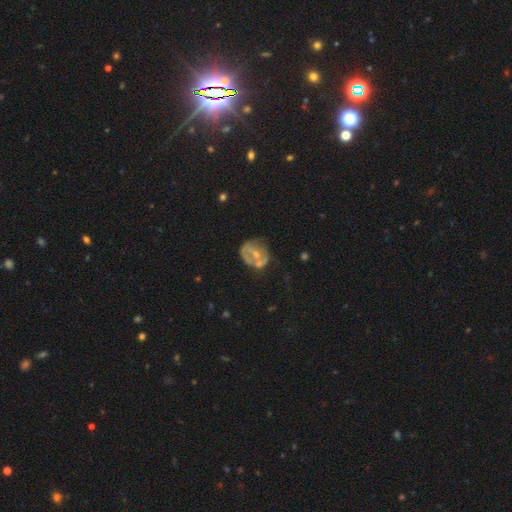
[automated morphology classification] Smooth or featured? featured or disk (55%)
Edge-on disk? no (96%)
Bar? no (53%)
Spiral arms? no (65%)
Bulge size? small (50%)
Merging? none (45%)